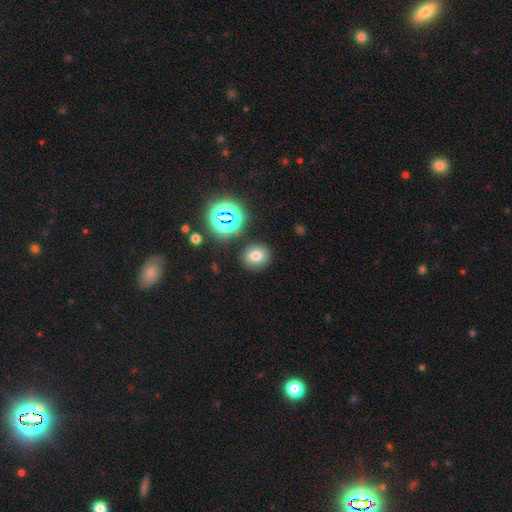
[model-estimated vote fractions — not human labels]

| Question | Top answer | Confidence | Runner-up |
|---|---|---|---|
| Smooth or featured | smooth | 71% | star or artifact (18%) |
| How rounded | round | 75% | in between (24%) |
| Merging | none | 85% | minor disturbance (8%) |